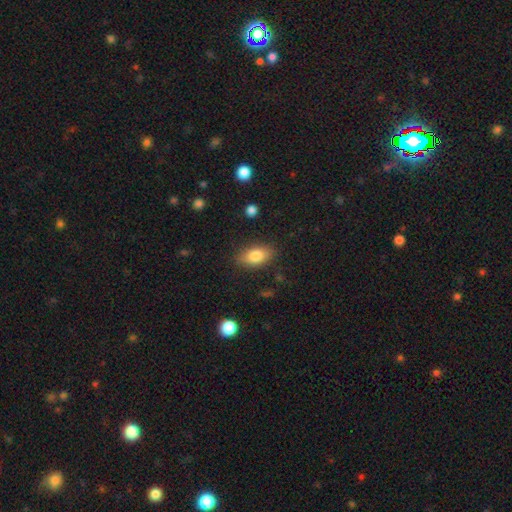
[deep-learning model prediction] A smooth galaxy with no disk features (82%) that is in between round and cigar-shaped (89%).

Vote fractions:
- Smooth or featured? smooth: 82% / featured or disk: 11% / star or artifact: 8%
- How rounded? in between: 89% / round: 7% / cigar-shaped: 4%
- Merging? none: 84% / minor disturbance: 12% / major disturbance: 3% / merger: 1%